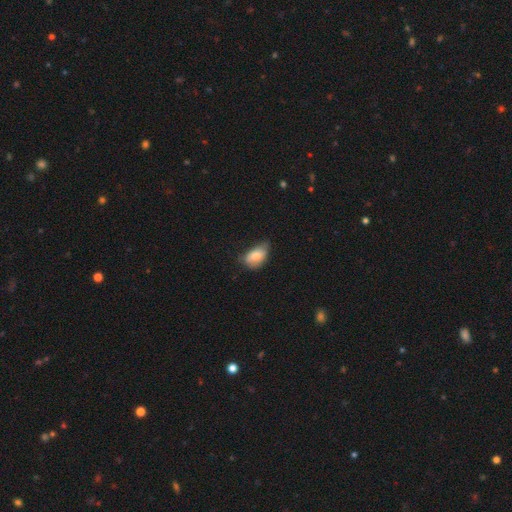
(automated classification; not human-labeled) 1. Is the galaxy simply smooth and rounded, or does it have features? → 80% smooth, 13% featured or disk, 7% star or artifact.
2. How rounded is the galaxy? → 90% in between, 8% round, 2% cigar-shaped.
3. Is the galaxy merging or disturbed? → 44% minor disturbance, 42% none, 12% major disturbance, 2% merger.